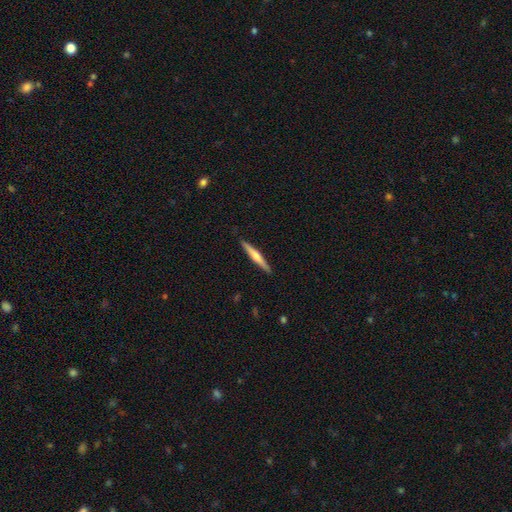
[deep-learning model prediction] Smooth or featured?
  - featured or disk: 51% *
  - smooth: 44%
  - star or artifact: 5%
Edge-on disk?
  - yes: 97% *
  - no: 3%
Merging?
  - none: 91% *
  - minor disturbance: 7%
  - major disturbance: 1%
  - merger: 1%